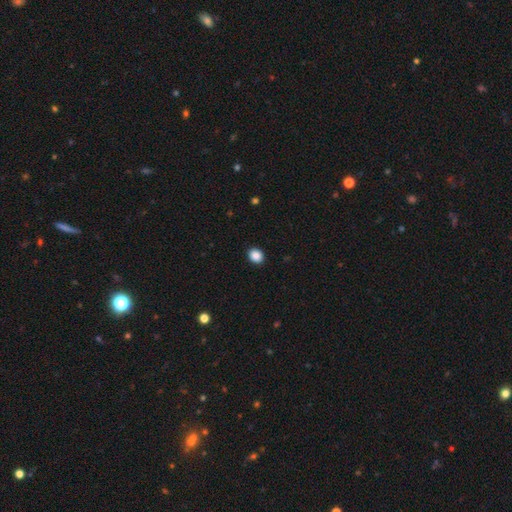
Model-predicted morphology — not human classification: Overall: smooth (89%). How rounded: round (58%; in between 41%). Merging: none (92%).